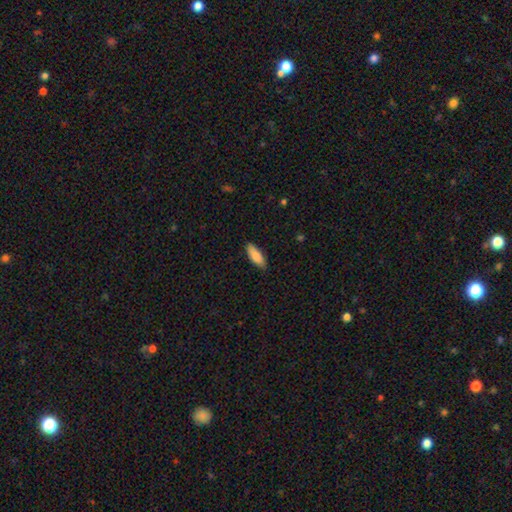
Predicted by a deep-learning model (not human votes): Morphology: type=smooth (85%); roundness=in between (70%); merging=none (86%).